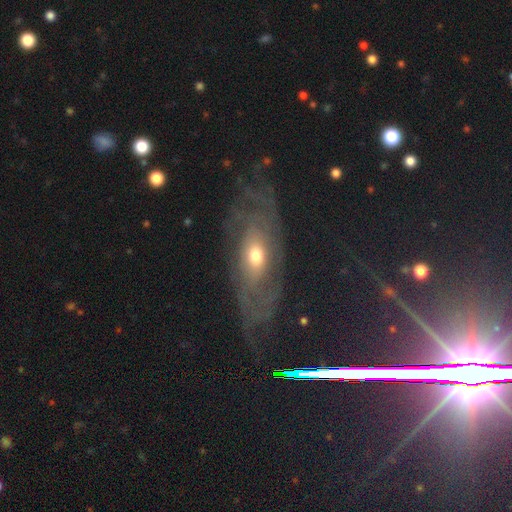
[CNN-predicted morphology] The model was most divided on "spiral arms": yes: 60%, no: 40%. More confident: edge-on disk — no (84%); bar — no (78%); smooth or featured — featured or disk (66%); bulge size — moderate (64%); merging — none (61%).